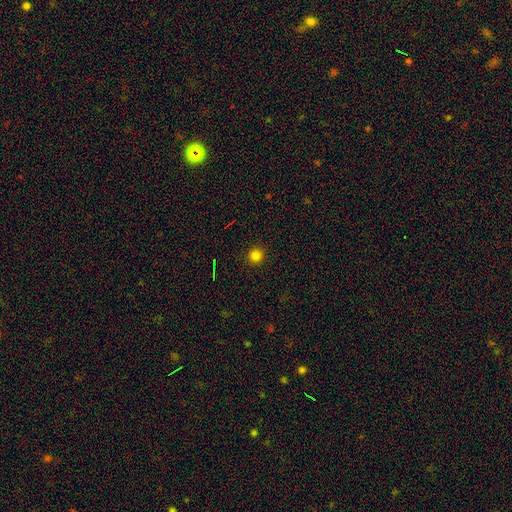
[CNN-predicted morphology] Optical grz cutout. It shows a smooth galaxy with no disk features (81%) that is round (94%). Merging: none (92%).